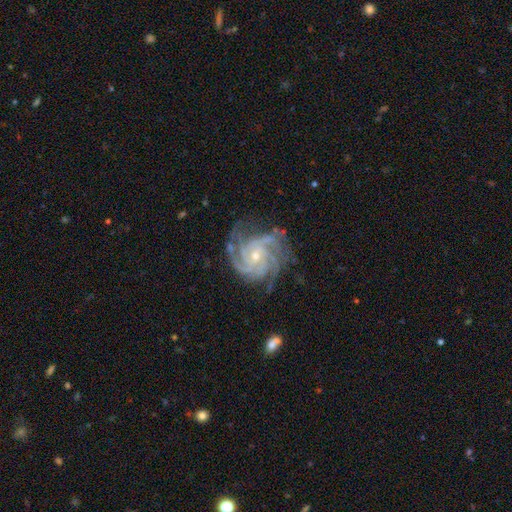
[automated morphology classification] featured or disk 92%, star or artifact 5%, smooth 3%. Down the decision tree: edge-on disk — no (98%); bar — no (65%); spiral arms — yes (99%); spiral arm count — 4 (38%); spiral winding — tight (68%); bulge size — small (64%); merging — none (73%).